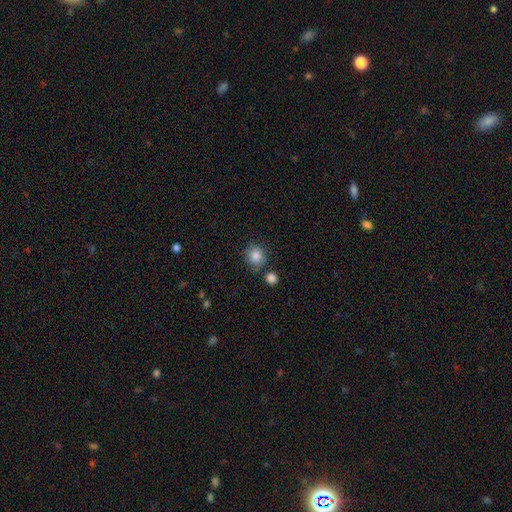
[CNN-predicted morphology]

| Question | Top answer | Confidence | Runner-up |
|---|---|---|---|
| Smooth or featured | smooth | 85% | star or artifact (10%) |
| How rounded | round | 82% | in between (17%) |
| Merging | none | 78% | minor disturbance (11%) |